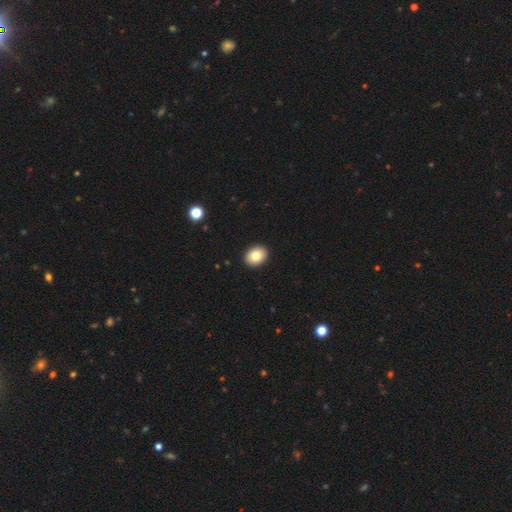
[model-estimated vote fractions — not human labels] A smooth galaxy with no disk features (82%) that is in between round and cigar-shaped (56%).

Vote fractions:
- Smooth or featured? smooth: 82% / featured or disk: 10% / star or artifact: 8%
- How rounded? in between: 56% / round: 43% / cigar-shaped: 1%
- Merging? none: 93% / minor disturbance: 5% / major disturbance: 1% / merger: 1%